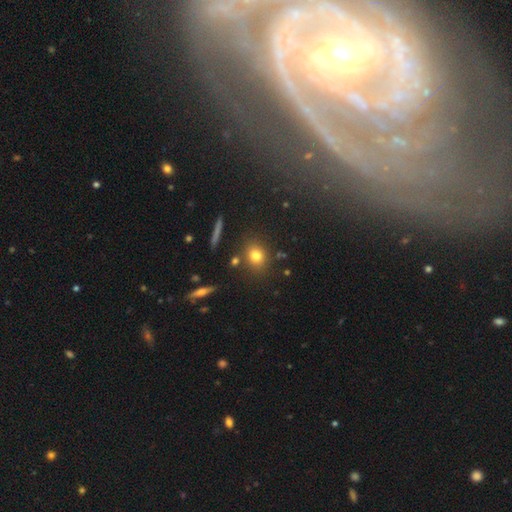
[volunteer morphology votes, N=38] Q: Smooth or featured?
A: smooth (79%); runner-up: featured or disk (13%)
Q: How rounded?
A: round (77%); runner-up: in between (23%)
Q: Merging?
A: none (77%); runner-up: minor disturbance (11%)